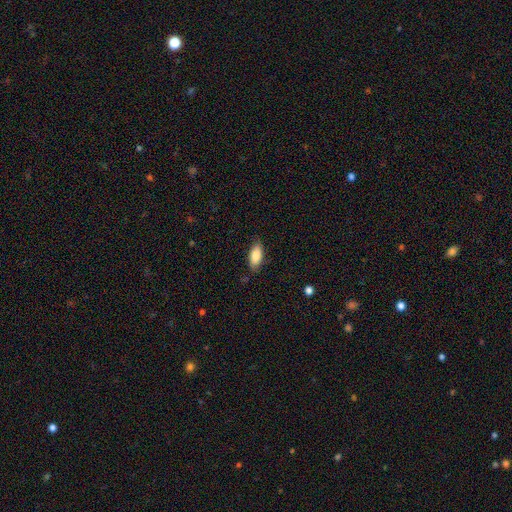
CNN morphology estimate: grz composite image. It shows a smooth galaxy with no disk features (84%) that is in between round and cigar-shaped (87%). Merging: none (80%).